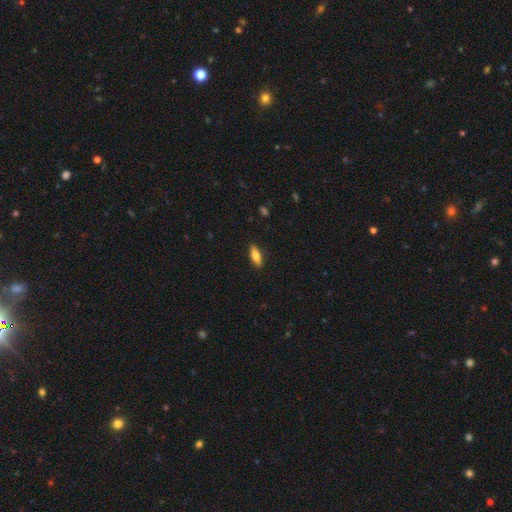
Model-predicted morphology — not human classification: type=smooth (76%); roundness=in between (65%); merging=none (88%).